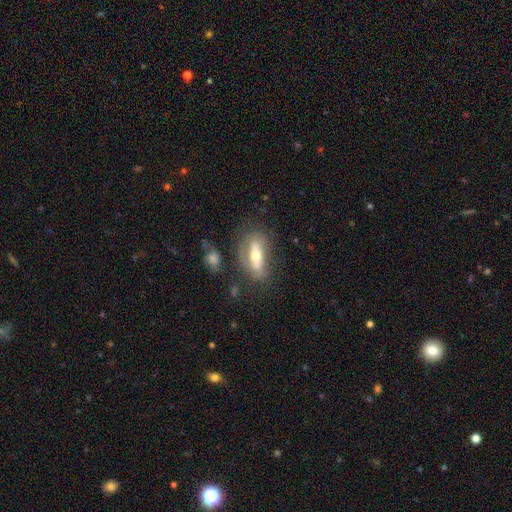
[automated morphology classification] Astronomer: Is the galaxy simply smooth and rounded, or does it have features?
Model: featured or disk — 50% (runner-up: smooth, 43%).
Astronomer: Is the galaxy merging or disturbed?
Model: none — 61%.